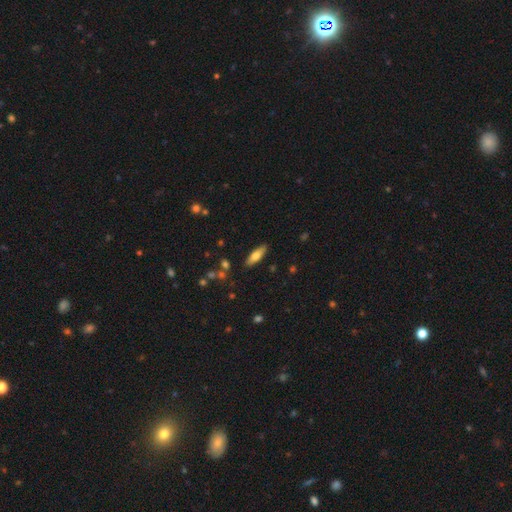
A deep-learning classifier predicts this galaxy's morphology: The model was most divided on "how rounded" (2-way tie): cigar-shaped: 49%, in between: 49%, round: 2%. More confident: merging — none (87%); smooth or featured — smooth (65%).